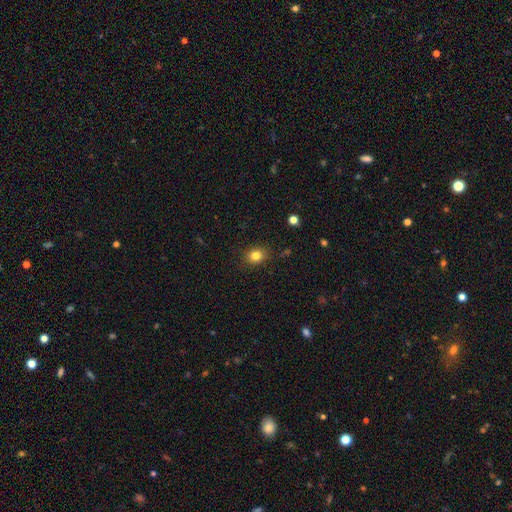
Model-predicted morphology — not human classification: smooth_or_featured: smooth (p=0.82) [alt: star or artifact p=0.12]
how_rounded: round (p=0.60) [alt: in between p=0.39]
merging: none (p=0.86) [alt: minor disturbance p=0.10]